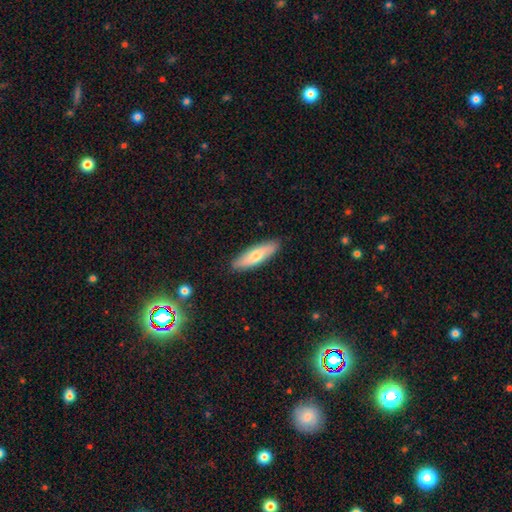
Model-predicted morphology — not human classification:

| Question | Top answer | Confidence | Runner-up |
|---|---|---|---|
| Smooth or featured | smooth | 68% | featured or disk (27%) |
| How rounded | cigar-shaped | 62% | in between (36%) |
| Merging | none | 89% | minor disturbance (8%) |